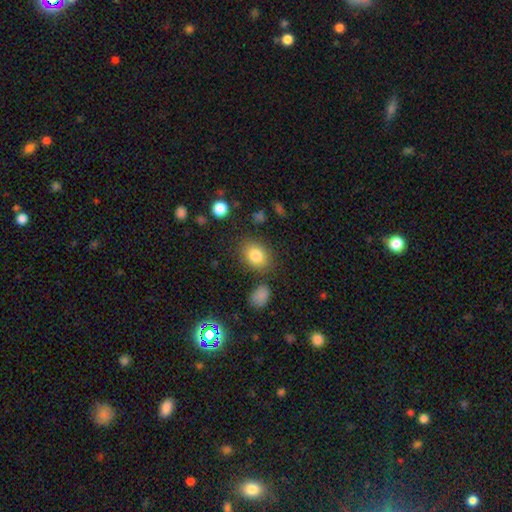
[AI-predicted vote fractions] This appears to be a smooth galaxy with no disk features (82%) that is in between round and cigar-shaped (62%). Merging: none (79%).